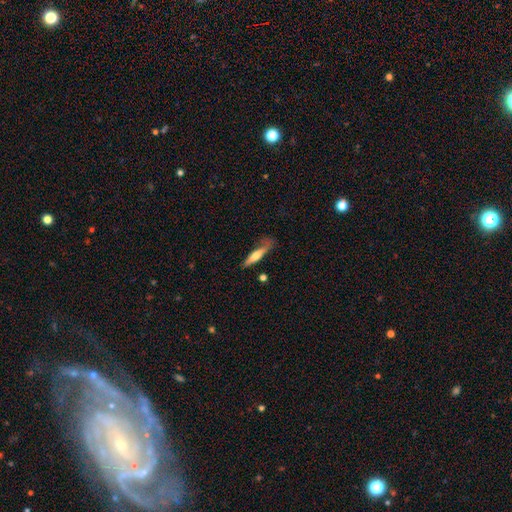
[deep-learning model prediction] smooth-or-featured: smooth: 56% | featured or disk: 38% | star or artifact: 6%
  how-rounded: cigar-shaped: 81% | in between: 17% | round: 2%
  merging: none: 57% | minor disturbance: 27% | major disturbance: 12% | merger: 4%